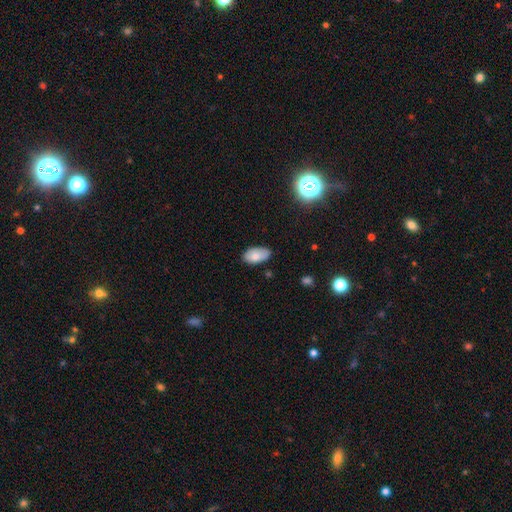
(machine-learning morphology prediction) The model was most divided on "merging": none: 74%, minor disturbance: 21%, major disturbance: 3%, merger: 2%. More confident: how rounded — in between (94%); smooth or featured — smooth (78%).